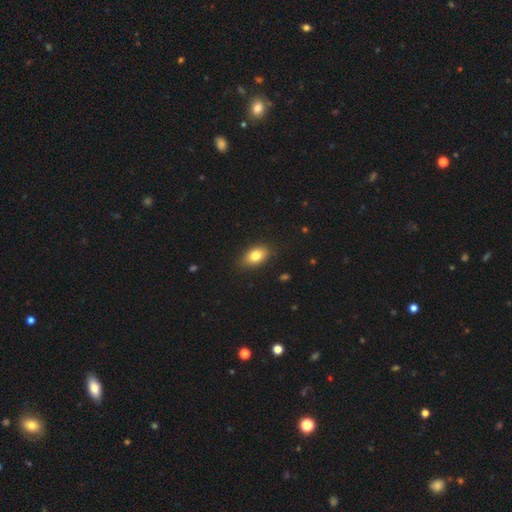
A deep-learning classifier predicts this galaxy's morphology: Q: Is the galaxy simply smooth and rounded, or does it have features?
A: smooth — 81%.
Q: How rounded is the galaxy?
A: in between — 85%.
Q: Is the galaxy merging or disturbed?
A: none — 85%.